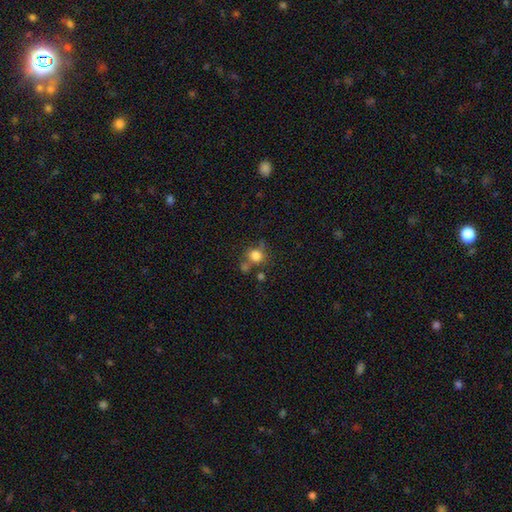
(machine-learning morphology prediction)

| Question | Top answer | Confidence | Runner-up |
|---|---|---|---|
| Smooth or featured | smooth | 78% | star or artifact (13%) |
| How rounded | round | 84% | in between (15%) |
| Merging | none | 59% | merger (19%) |